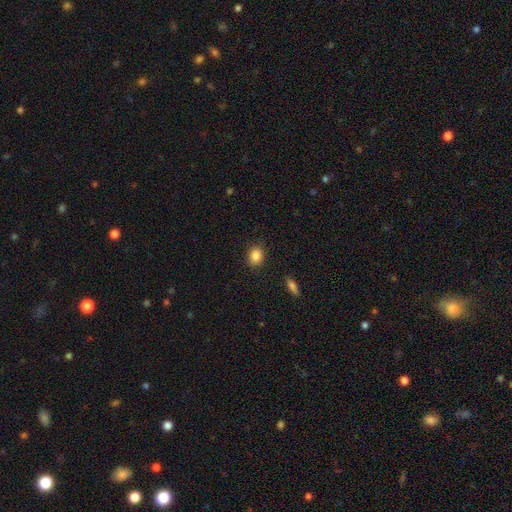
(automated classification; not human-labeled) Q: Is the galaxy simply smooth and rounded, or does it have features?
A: smooth — 86%.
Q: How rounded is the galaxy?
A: round — 60%.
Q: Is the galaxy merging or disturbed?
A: none — 88%.